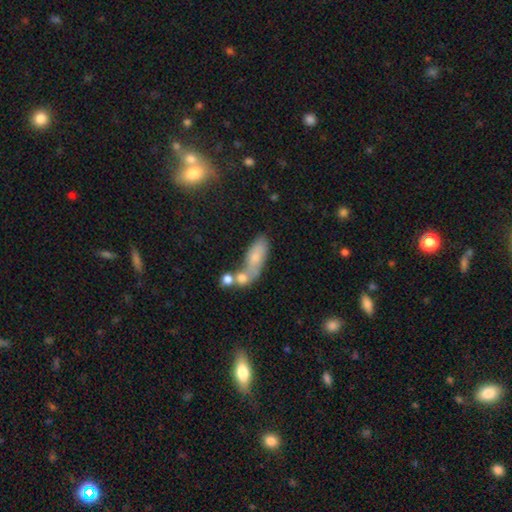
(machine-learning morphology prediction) smooth 73%, featured or disk 18%, star or artifact 9%. Down the decision tree: how rounded — in between (70%); merging — merger (43%).